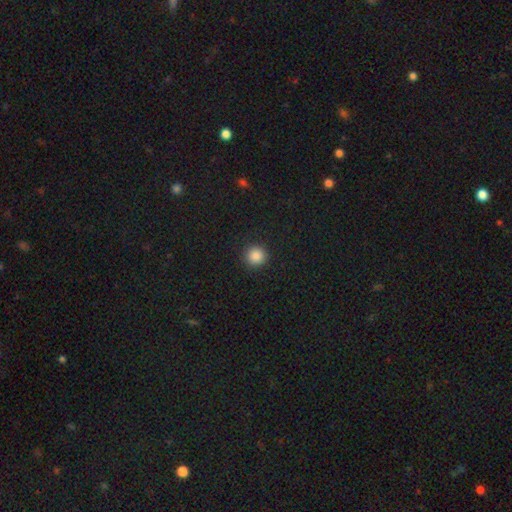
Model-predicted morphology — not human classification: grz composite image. It shows a smooth galaxy with no disk features (87%) that is round (94%). Merging: none (92%).